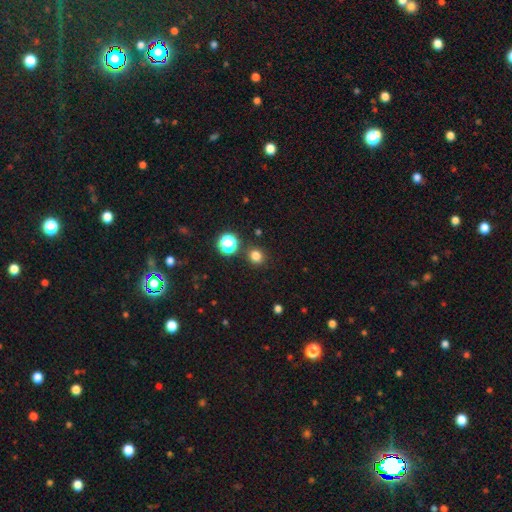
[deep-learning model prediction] A smooth galaxy with no disk features (79%) that is round (83%).

Vote fractions:
- Smooth or featured? smooth: 79% / star or artifact: 17% / featured or disk: 4%
- How rounded? round: 83% / in between: 16% / cigar-shaped: 1%
- Merging? none: 86% / minor disturbance: 7% / merger: 4% / major disturbance: 2%